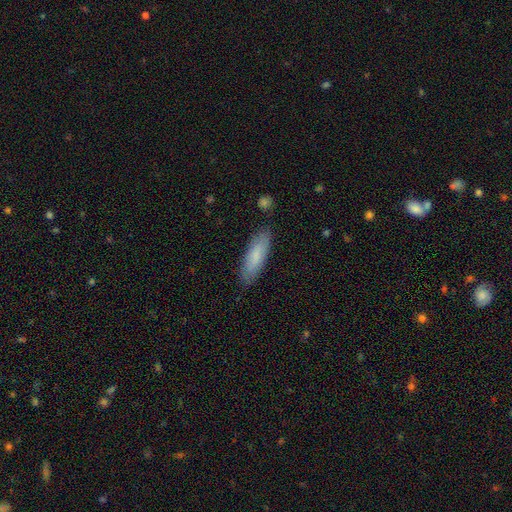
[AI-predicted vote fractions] A smooth galaxy with no disk features (78%) that is cigar-shaped (55%). Merging: none (84%).